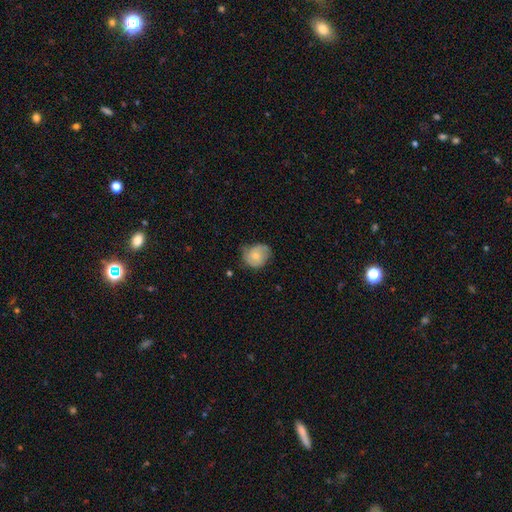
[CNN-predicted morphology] Overall: smooth (52%; featured or disk 40%). How rounded: round (68%; in between 31%). Merging: none (58%; minor disturbance 32%).